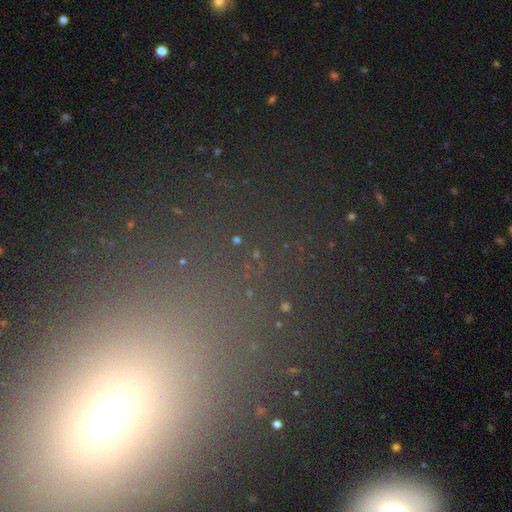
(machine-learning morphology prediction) A star or artifact, not a galaxy (69%).

Vote fractions:
- Smooth or featured? star or artifact: 69% / smooth: 20% / featured or disk: 11%